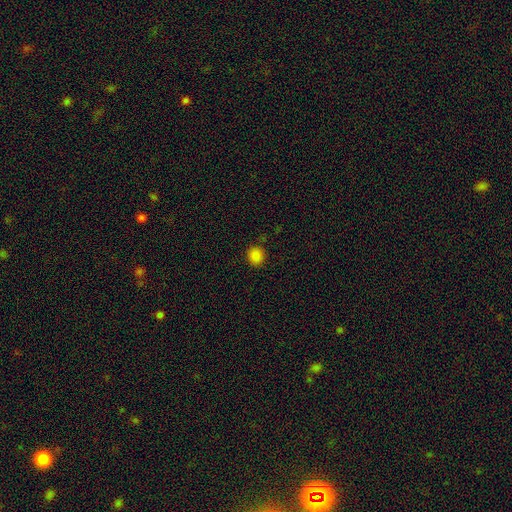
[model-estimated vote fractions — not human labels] Morphology: type=smooth (85%); roundness=round (86%); merging=none (89%).